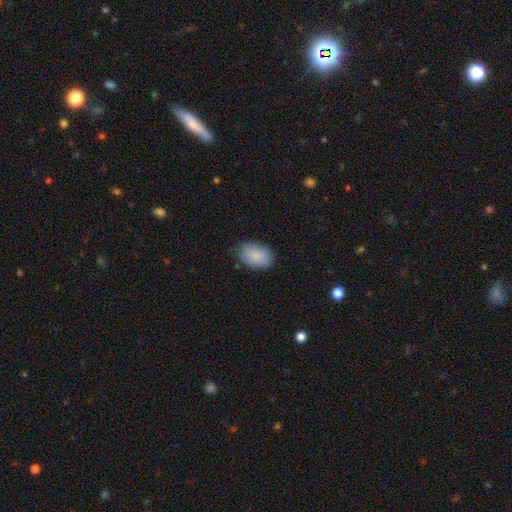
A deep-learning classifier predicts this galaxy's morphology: A smooth galaxy with no disk features (88%) that is in between round and cigar-shaped (87%). Merging: none (79%).